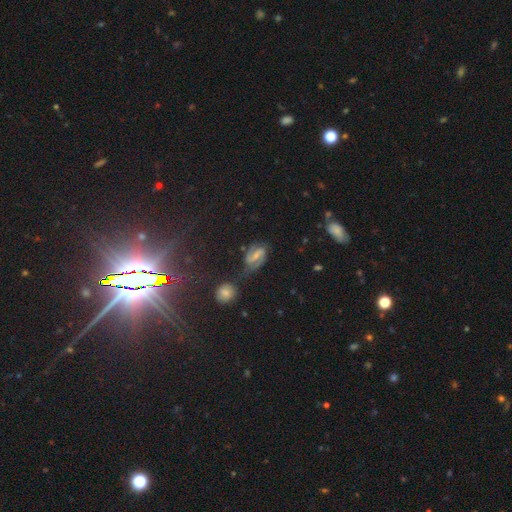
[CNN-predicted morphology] Smooth or featured: featured or disk — 72% (smooth — 17%)
Edge-on disk: no — 97% (yes — 3%)
Bar: weak — 46% (strong — 37%)
Spiral arms: yes — 93% (no — 7%)
Spiral winding: medium — 51% (tight — 26%)
Spiral arm count: 2 — 89% (can't tell — 5%)
Bulge size: small — 48% (moderate — 28%)
Merging: none — 59% (minor disturbance — 21%)